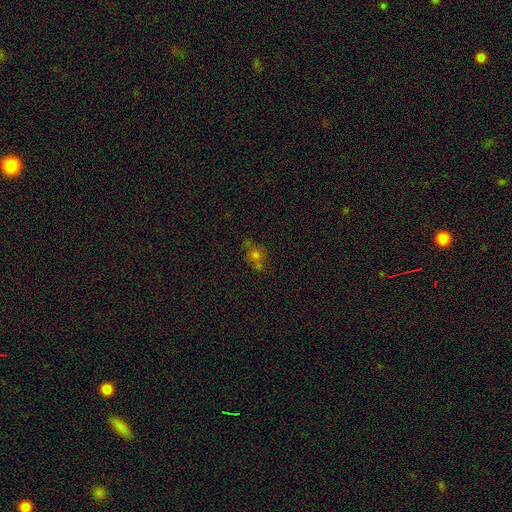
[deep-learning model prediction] smooth-or-featured: smooth: 56% | star or artifact: 25% | featured or disk: 19%
  how-rounded: round: 51% | in between: 47% | cigar-shaped: 3%
  merging: none: 54% | minor disturbance: 20% | merger: 17% | major disturbance: 10%